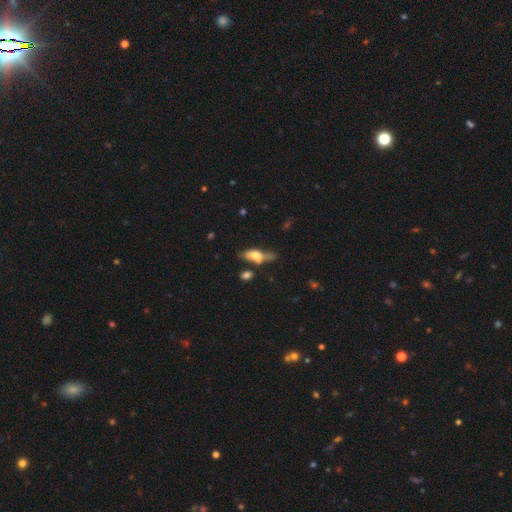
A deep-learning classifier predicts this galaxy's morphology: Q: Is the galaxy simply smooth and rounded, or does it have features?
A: smooth — 54%.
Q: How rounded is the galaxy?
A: in between — 66%.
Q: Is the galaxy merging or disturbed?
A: none — 42%.